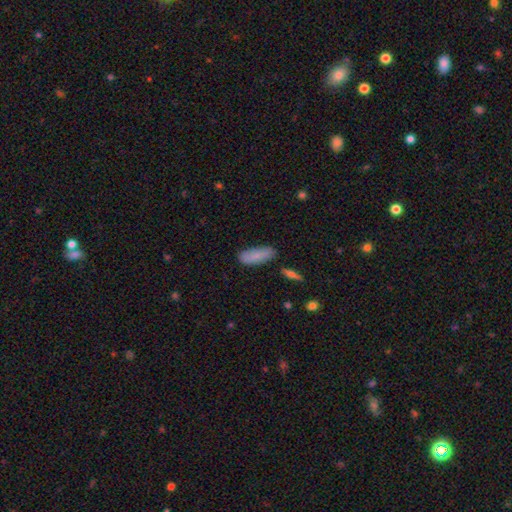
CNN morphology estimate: smooth-or-featured: smooth: 80% | featured or disk: 14% | star or artifact: 6%
  how-rounded: in between: 74% | cigar-shaped: 24% | round: 2%
  merging: none: 77% | minor disturbance: 17% | merger: 3% | major disturbance: 3%